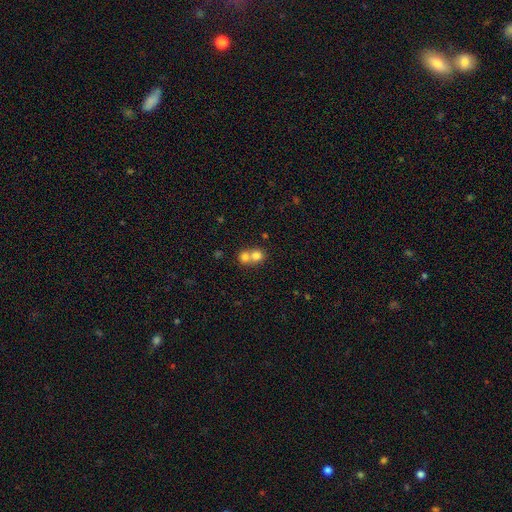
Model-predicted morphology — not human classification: smooth_or_featured: smooth (p=0.77) [alt: featured or disk p=0.12]
how_rounded: round (p=0.82) [alt: in between p=0.17]
merging: merger (p=0.63) [alt: none p=0.31]